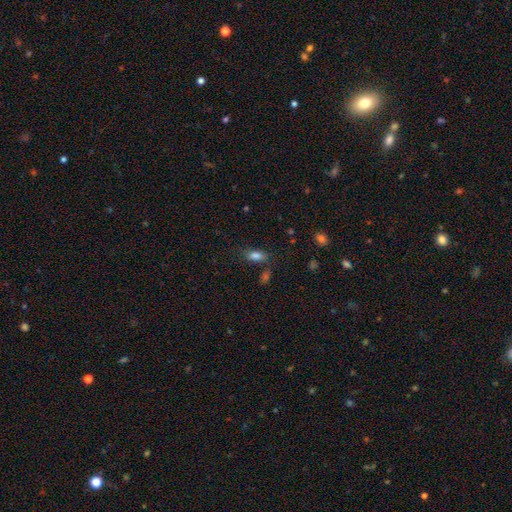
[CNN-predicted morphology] The model was most divided on "merging": none: 68%, minor disturbance: 17%, merger: 9%, major disturbance: 6%. More confident: how rounded — in between (85%); smooth or featured — smooth (82%).